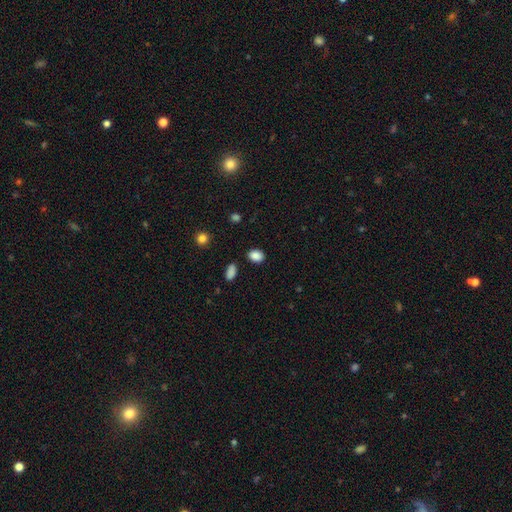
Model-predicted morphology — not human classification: smooth-or-featured: smooth: 87% | star or artifact: 9% | featured or disk: 3%
  how-rounded: in between: 71% | round: 28% | cigar-shaped: 1%
  merging: none: 85% | minor disturbance: 10% | merger: 3% | major disturbance: 3%